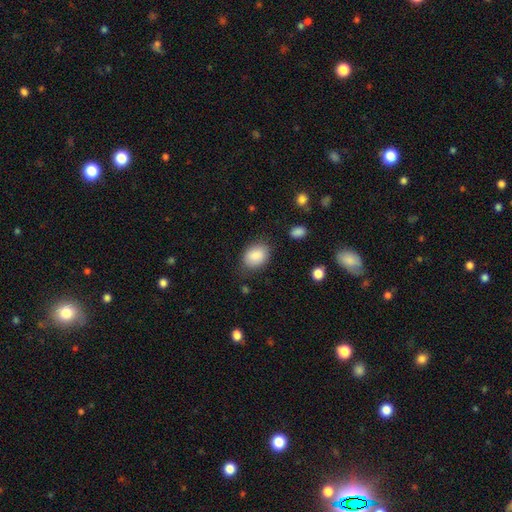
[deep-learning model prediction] A smooth galaxy with no disk features (87%) that is in between round and cigar-shaped (71%). Merging: none (77%).